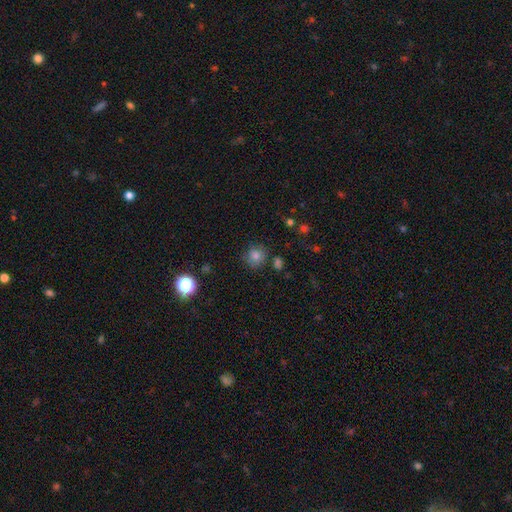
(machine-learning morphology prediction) Smooth or featured? smooth (78%)
How rounded? round (85%)
Merging? none (76%)